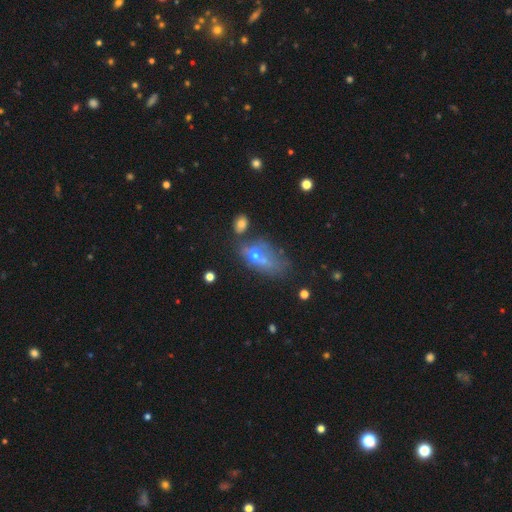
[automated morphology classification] smooth_or_featured: smooth (p=0.52) [alt: featured or disk p=0.34]
how_rounded: in between (p=0.77) [alt: round p=0.18]
merging: major disturbance (p=0.30) [alt: merger p=0.29]